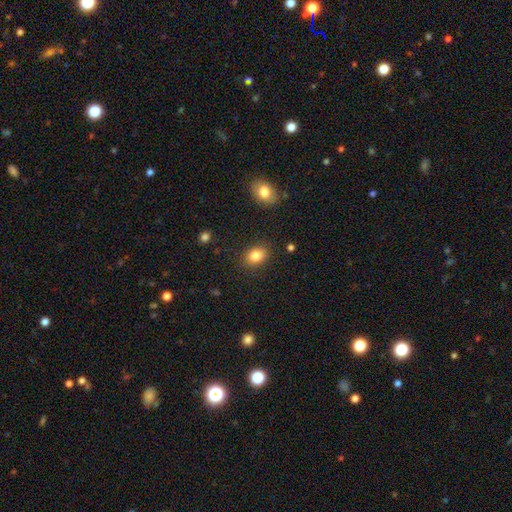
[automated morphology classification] A smooth galaxy with no disk features (83%) that is in between round and cigar-shaped (69%). Merging: none (86%).